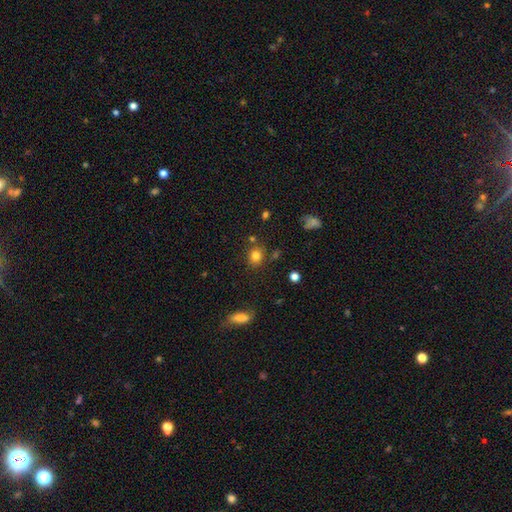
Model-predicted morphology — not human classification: A smooth galaxy with no disk features (80%) that is round (71%). Merging: none (77%).